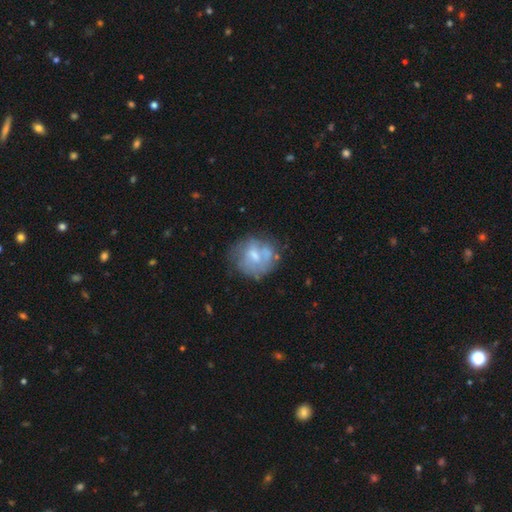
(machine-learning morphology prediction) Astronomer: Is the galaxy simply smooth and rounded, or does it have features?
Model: featured or disk — 49% (runner-up: smooth, 43%).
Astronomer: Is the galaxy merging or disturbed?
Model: none — 51%.